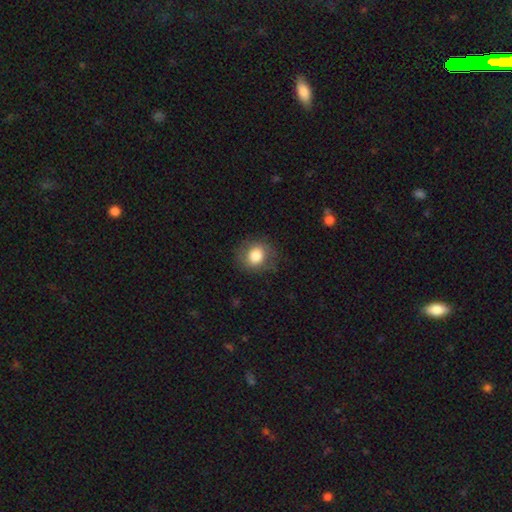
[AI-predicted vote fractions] Smooth or featured: smooth — 80% (featured or disk — 12%)
How rounded: round — 75% (in between — 24%)
Merging: none — 80% (minor disturbance — 13%)